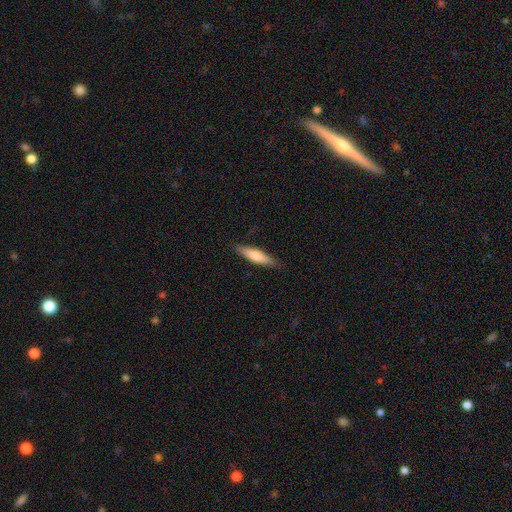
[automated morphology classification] A smooth galaxy with no disk features (66%) that is cigar-shaped (79%). Merging: none (87%).